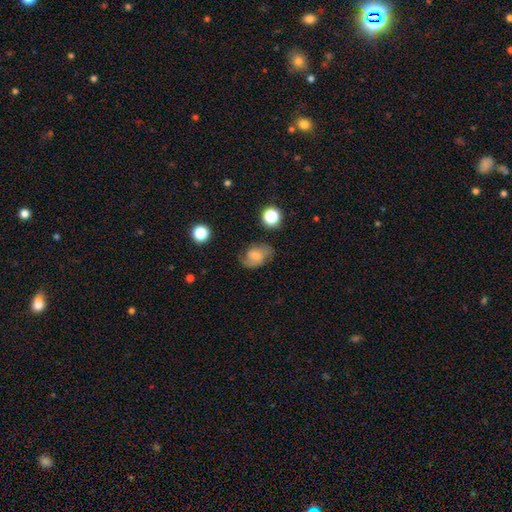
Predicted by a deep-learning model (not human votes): A smooth galaxy with no disk features (47%).

Vote fractions:
- Smooth or featured? smooth: 47% / featured or disk: 43% / star or artifact: 11%
- Merging? none: 63% / minor disturbance: 24% / major disturbance: 11% / merger: 2%